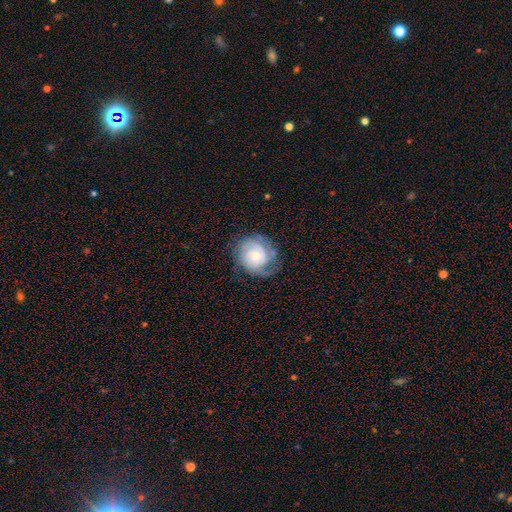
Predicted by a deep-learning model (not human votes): A featured or disk galaxy (69%) with no bar (77%), 2 (35%) tight (61%) spiral arms (92%) and a small central bulge (57%). Merging: none (69%).